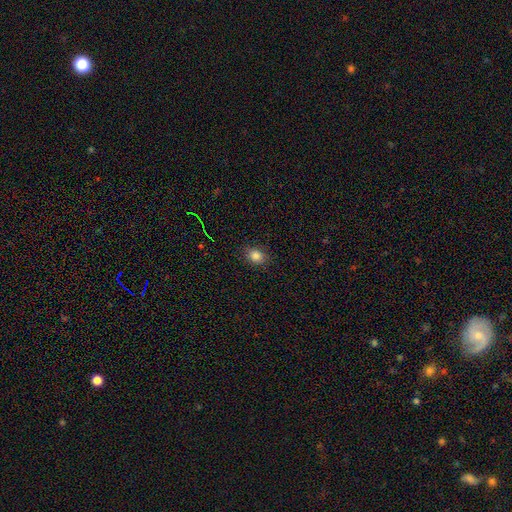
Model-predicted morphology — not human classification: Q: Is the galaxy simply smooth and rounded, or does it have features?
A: smooth — 83%.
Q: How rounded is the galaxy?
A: in between — 58%.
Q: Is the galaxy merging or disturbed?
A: none — 87%.